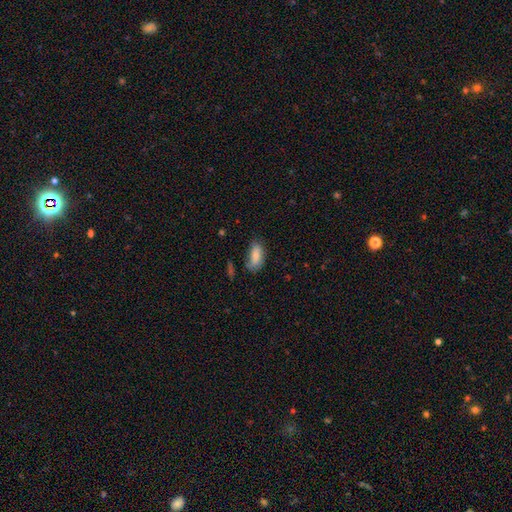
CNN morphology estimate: smooth_or_featured: smooth (p=0.79) [alt: featured or disk p=0.14]
how_rounded: in between (p=0.89) [alt: cigar-shaped p=0.08]
merging: none (p=0.55) [alt: minor disturbance p=0.29]